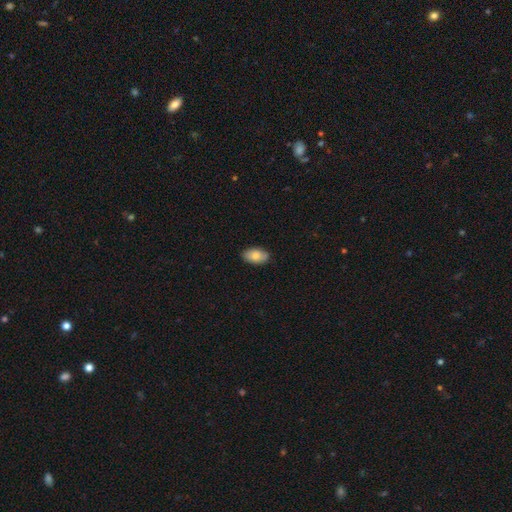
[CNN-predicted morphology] This is clearly a smooth galaxy (82%). How rounded: clearly in between (94%). Merging: clearly none (87%).